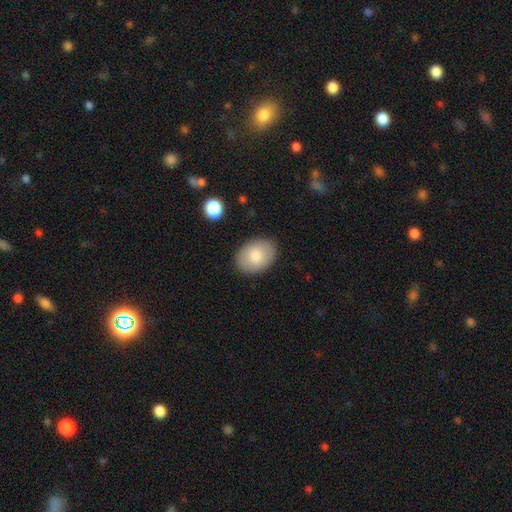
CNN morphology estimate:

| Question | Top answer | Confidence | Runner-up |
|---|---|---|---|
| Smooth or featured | smooth | 81% | featured or disk (12%) |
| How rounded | in between | 80% | round (19%) |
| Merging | none | 87% | minor disturbance (10%) |